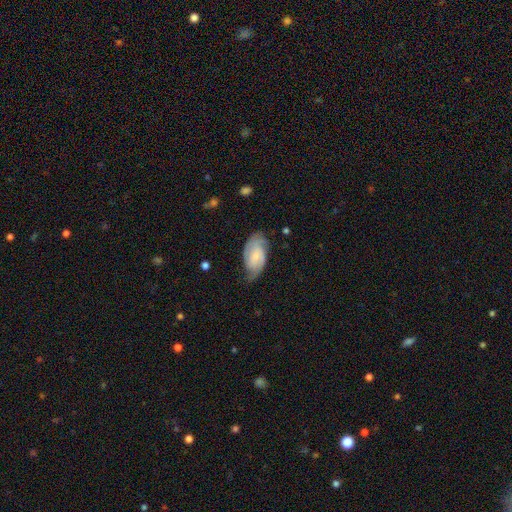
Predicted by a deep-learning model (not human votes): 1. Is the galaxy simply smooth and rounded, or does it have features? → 64% featured or disk, 29% smooth, 7% star or artifact.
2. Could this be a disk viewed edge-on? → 95% no, 5% yes.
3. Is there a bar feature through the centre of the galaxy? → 57% no, 35% weak, 8% strong.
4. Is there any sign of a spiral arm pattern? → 92% yes, 8% no.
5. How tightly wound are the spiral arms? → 47% tight, 39% medium, 14% loose.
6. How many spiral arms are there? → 62% 2, 21% can't tell, 9% 3, 4% 1, 3% 4, 2% more than 4.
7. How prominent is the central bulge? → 54% small, 22% moderate, 18% none, 4% large, 2% dominant.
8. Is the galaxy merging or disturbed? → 64% none, 26% minor disturbance, 8% major disturbance, 1% merger.